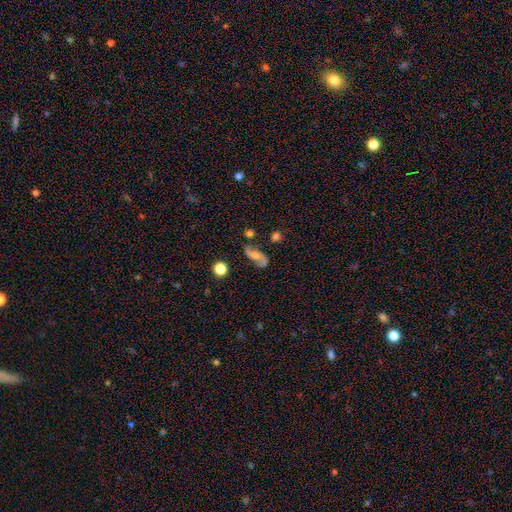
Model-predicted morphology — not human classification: A featured or disk galaxy (67%) with no bar (60%), 2 (90%) loose (66%) spiral arms (90%) and a moderate central bulge (51%).

Vote fractions:
- Smooth or featured? featured or disk: 67% / smooth: 23% / star or artifact: 10%
- Edge-on disk? no: 94% / yes: 6%
- Bar? no: 60% / weak: 32% / strong: 9%
- Spiral arms? yes: 90% / no: 10%
- Spiral winding? loose: 66% / medium: 26% / tight: 8%
- Spiral arm count? 2: 90% / can't tell: 4% / 1: 3% / 3: 1% / 4: 1% / more than 4: 1%
- Bulge size? moderate: 51% / small: 26% / large: 12% / none: 10% / dominant: 2%
- Merging? none: 61% / minor disturbance: 20% / major disturbance: 10% / merger: 9%